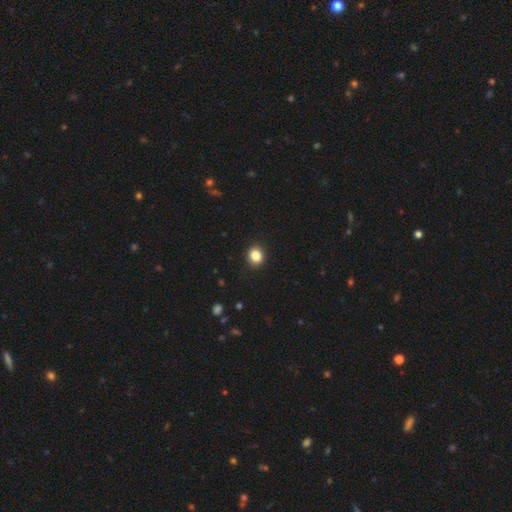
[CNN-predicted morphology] Q: Smooth or featured?
A: smooth (85%); runner-up: star or artifact (11%)
Q: How rounded?
A: round (73%); runner-up: in between (26%)
Q: Merging?
A: none (91%); runner-up: minor disturbance (7%)